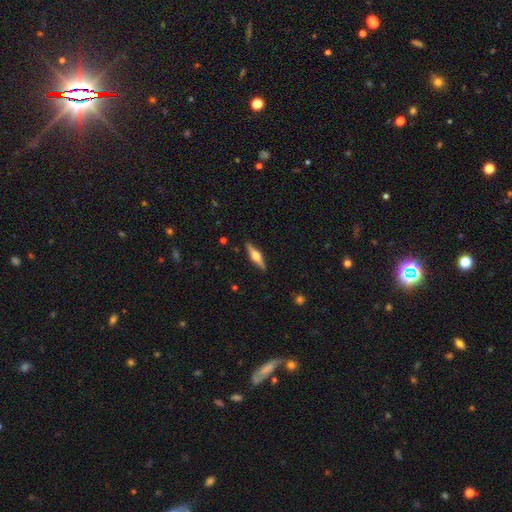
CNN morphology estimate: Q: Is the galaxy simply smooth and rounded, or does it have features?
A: featured or disk — 69%.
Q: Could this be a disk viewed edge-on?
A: yes — 97%.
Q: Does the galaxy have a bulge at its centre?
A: rounded — 92%.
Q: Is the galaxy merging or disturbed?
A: none — 90%.